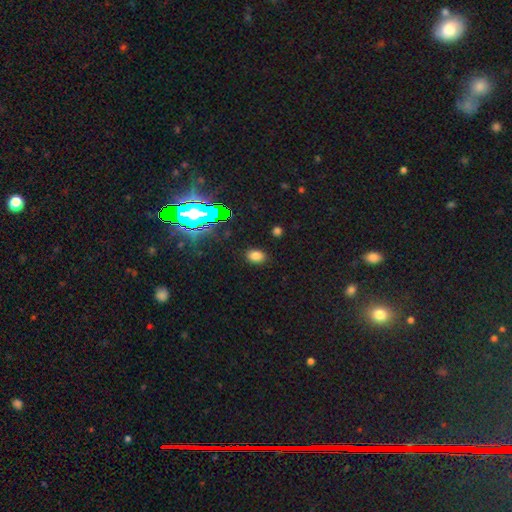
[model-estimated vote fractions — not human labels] smooth-or-featured: smooth: 74% | star or artifact: 21% | featured or disk: 6%
  how-rounded: in between: 79% | round: 20% | cigar-shaped: 1%
  merging: none: 87% | minor disturbance: 9% | major disturbance: 3% | merger: 1%